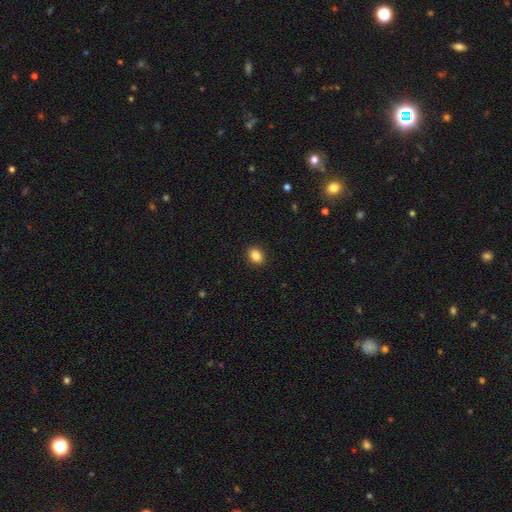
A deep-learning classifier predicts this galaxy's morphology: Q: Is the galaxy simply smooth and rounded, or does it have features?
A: smooth — 87%.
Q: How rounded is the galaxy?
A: in between — 64%.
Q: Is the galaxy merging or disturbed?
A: none — 91%.